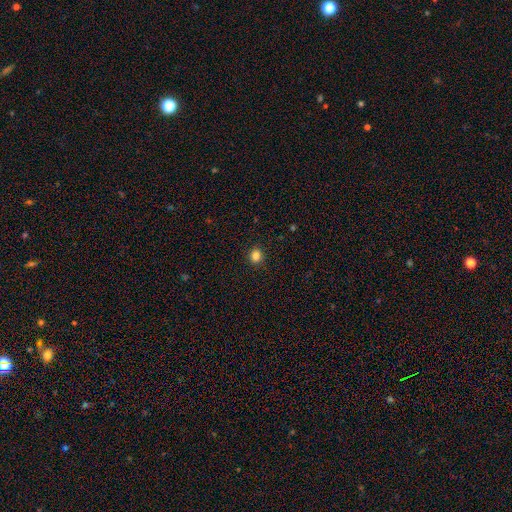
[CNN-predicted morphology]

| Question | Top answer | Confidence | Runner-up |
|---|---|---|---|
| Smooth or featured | smooth | 84% | star or artifact (12%) |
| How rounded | round | 77% | in between (22%) |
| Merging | none | 90% | minor disturbance (7%) |